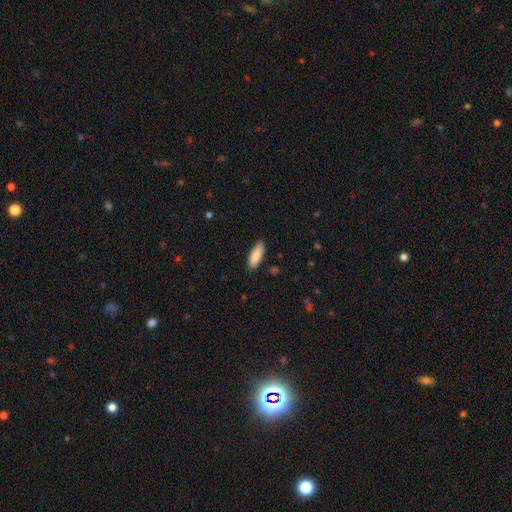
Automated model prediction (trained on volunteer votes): A smooth galaxy with no disk features (88%) that is in between round and cigar-shaped (59%).

Vote fractions:
- Smooth or featured? smooth: 88% / featured or disk: 6% / star or artifact: 6%
- How rounded? in between: 59% / cigar-shaped: 39% / round: 2%
- Merging? none: 89% / minor disturbance: 8% / major disturbance: 2% / merger: 1%